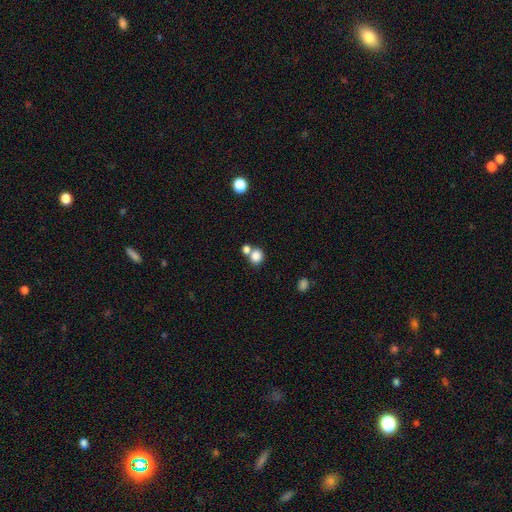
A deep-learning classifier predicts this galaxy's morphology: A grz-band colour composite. It shows a smooth galaxy with no disk features (83%) that is round (80%). Merging: none (49%).